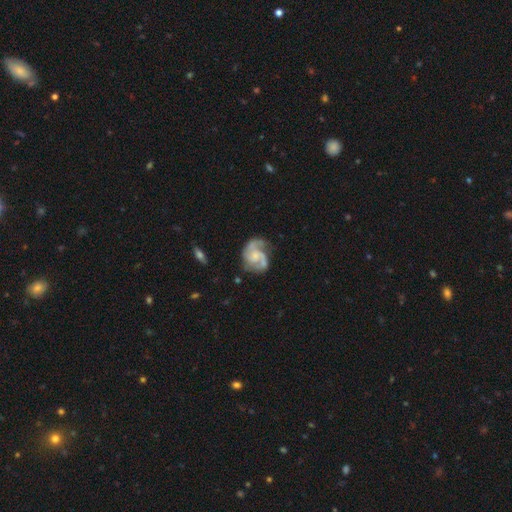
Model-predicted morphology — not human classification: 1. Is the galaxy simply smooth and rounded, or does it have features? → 85% featured or disk, 10% smooth, 5% star or artifact.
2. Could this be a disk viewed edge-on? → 98% no, 2% yes.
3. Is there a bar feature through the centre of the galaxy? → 58% no, 35% weak, 7% strong.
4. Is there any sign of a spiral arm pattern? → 96% yes, 4% no.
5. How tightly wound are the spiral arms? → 53% medium, 26% tight, 21% loose.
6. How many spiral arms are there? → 78% 2, 9% 3, 6% can't tell, 4% 1, 2% 4, 2% more than 4.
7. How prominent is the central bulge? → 45% small, 27% none, 23% moderate, 3% large, 1% dominant.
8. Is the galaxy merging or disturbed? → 60% none, 23% minor disturbance, 15% major disturbance, 3% merger.